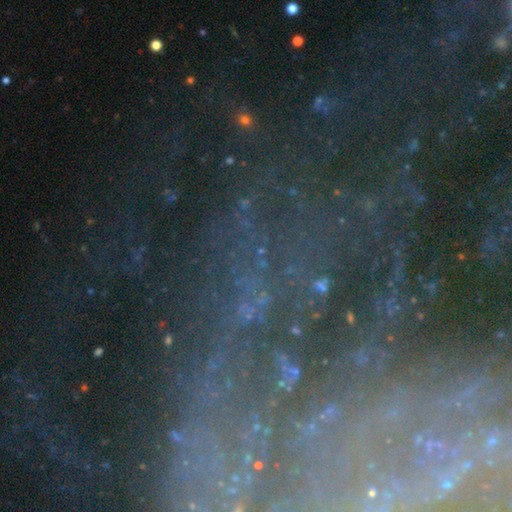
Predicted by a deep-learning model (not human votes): This is possibly a star or artifact rather than a galaxy (51%).